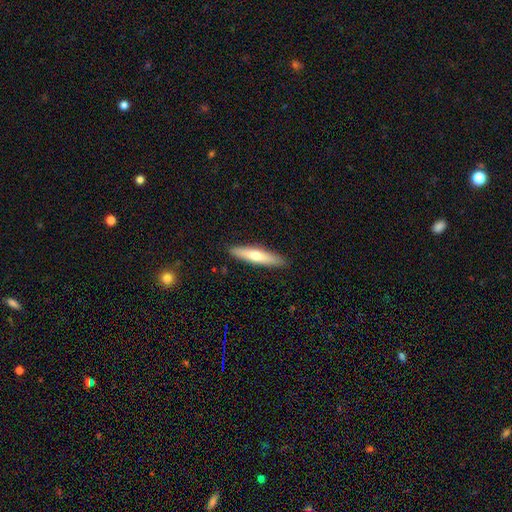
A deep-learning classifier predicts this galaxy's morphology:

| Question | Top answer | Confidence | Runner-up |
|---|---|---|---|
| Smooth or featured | smooth | 62% | featured or disk (33%) |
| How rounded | cigar-shaped | 86% | in between (13%) |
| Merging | none | 90% | minor disturbance (7%) |